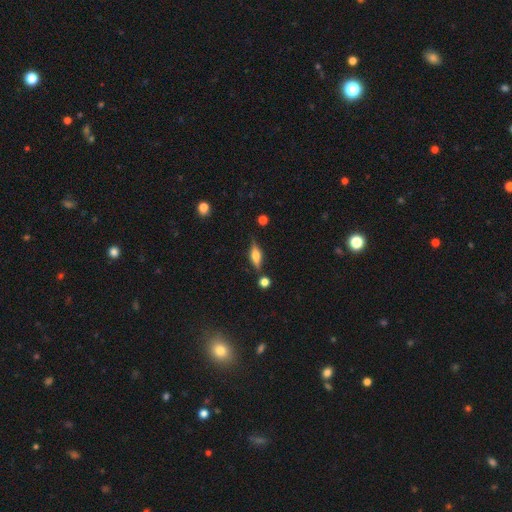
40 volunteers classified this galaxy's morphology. Overall: featured or disk (65%; smooth 30%). Edge-on disk: yes (92%). Edge-on bulge: rounded (79%). Merging: none (82%).